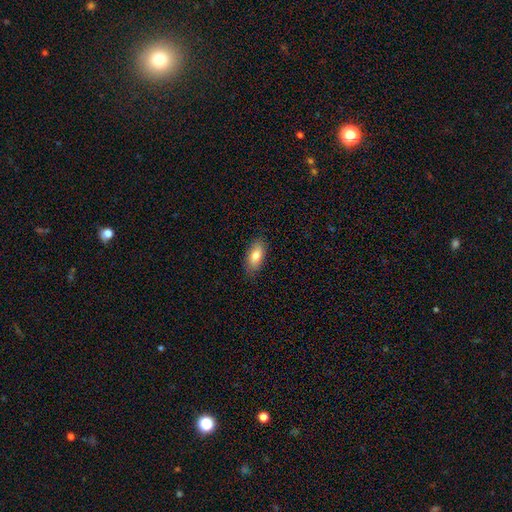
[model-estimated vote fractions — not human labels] smooth-or-featured: smooth: 79% | featured or disk: 14% | star or artifact: 7%
  how-rounded: in between: 88% | cigar-shaped: 9% | round: 3%
  merging: none: 84% | minor disturbance: 13% | major disturbance: 2% | merger: 1%